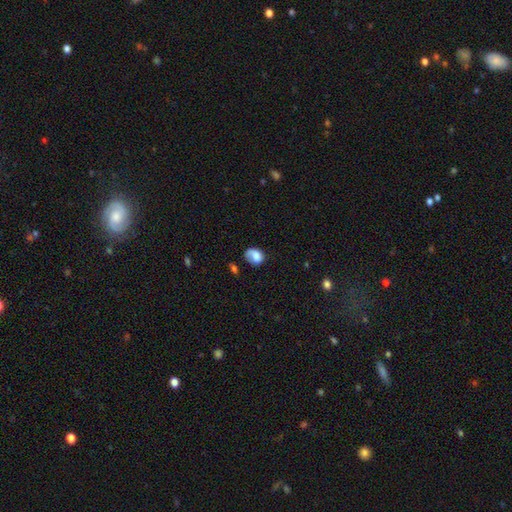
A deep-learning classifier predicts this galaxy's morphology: This appears to be a smooth galaxy with no disk features (66%) that is in between round and cigar-shaped (57%). Merging: none (44%).